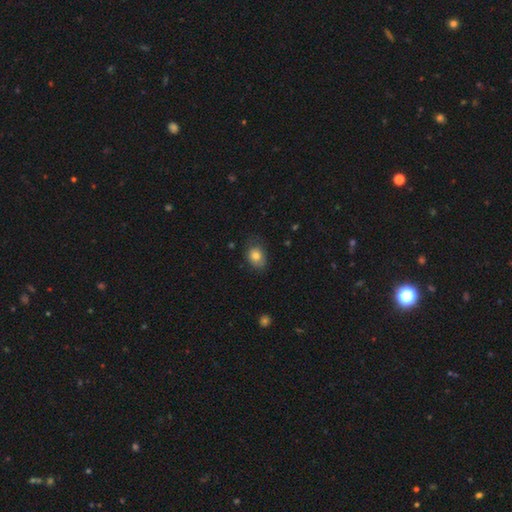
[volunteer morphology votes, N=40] A smooth galaxy with no disk features (88%) that is round (77%). Merging: none (68%).